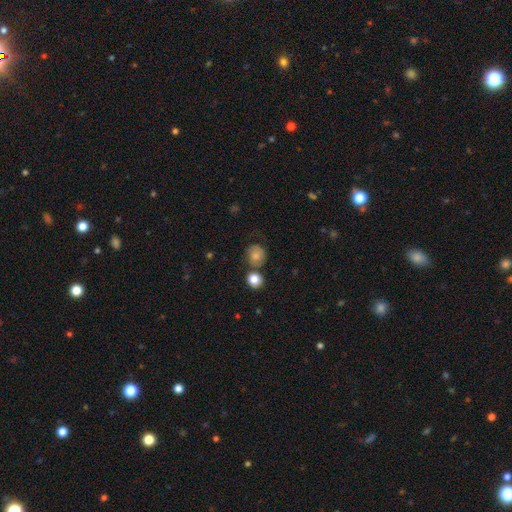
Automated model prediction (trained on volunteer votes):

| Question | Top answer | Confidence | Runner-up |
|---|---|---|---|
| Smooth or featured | smooth | 58% | featured or disk (24%) |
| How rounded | round | 83% | in between (16%) |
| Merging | none | 67% | minor disturbance (15%) |